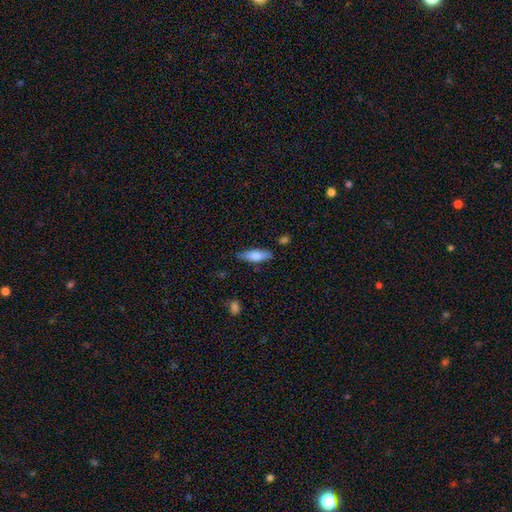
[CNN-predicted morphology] Smooth or featured? smooth (76%)
How rounded? in between (55%)
Merging? none (79%)